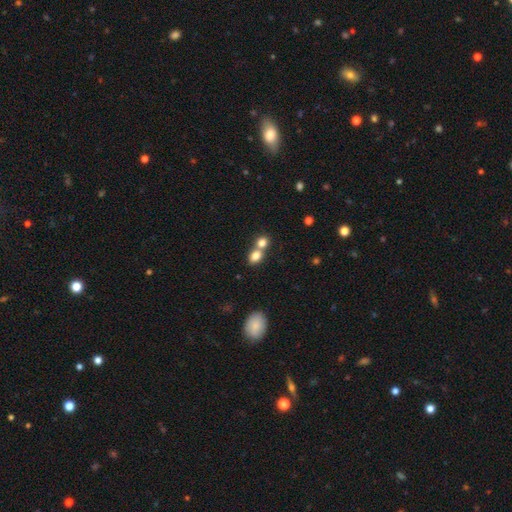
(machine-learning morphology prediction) smooth 81%, star or artifact 10%, featured or disk 9%. Down the decision tree: how rounded — in between (54%); merging — merger (55%).